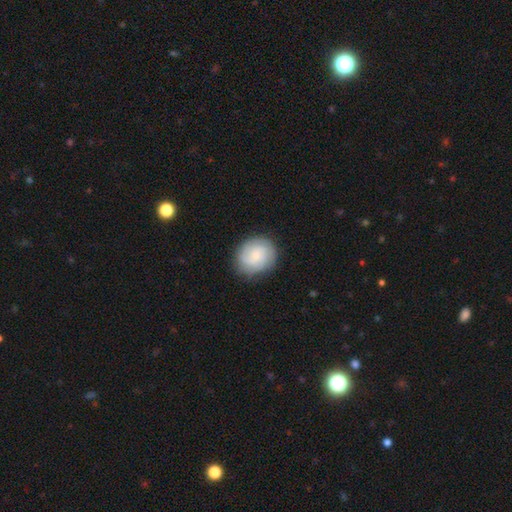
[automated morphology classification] Smooth or featured? featured or disk (48%)
Merging? none (82%)